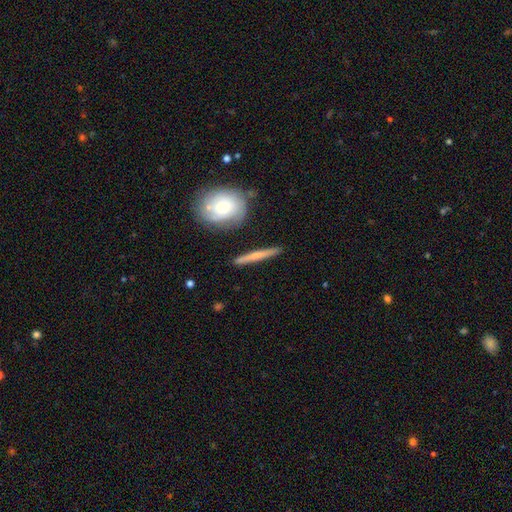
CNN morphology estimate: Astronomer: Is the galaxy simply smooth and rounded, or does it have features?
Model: featured or disk — 50% (runner-up: smooth, 44%).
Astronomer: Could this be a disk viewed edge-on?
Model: yes — 92%.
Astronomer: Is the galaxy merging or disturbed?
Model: none — 86%.